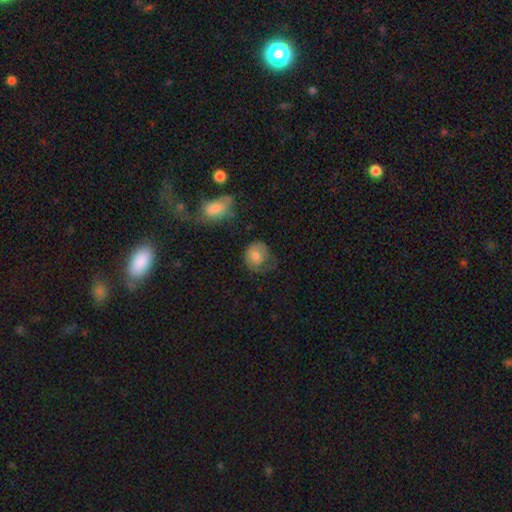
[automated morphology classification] This appears to be a smooth galaxy with no disk features (72%) that is round (75%). Merging: none (49%).